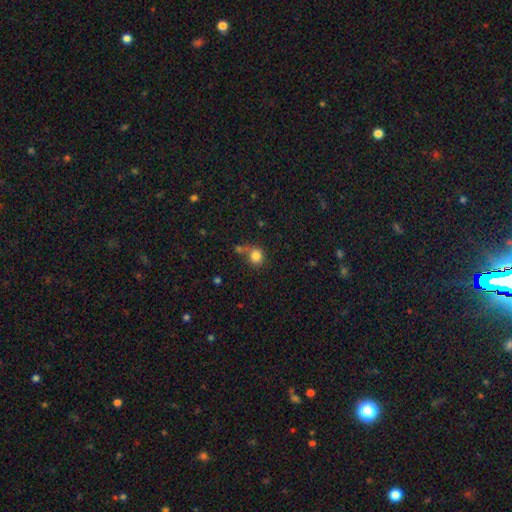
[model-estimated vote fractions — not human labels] This is clearly a smooth galaxy (83%). How rounded: likely round (76%). Merging: possibly none (54%).